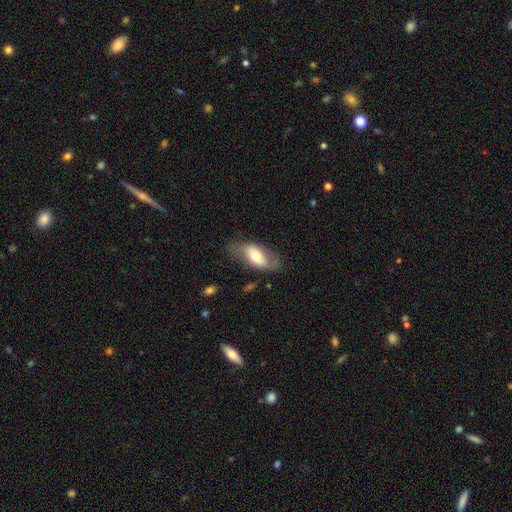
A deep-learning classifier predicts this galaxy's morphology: Smooth or featured? featured or disk (47%, tied with smooth)
Merging? none (66%)